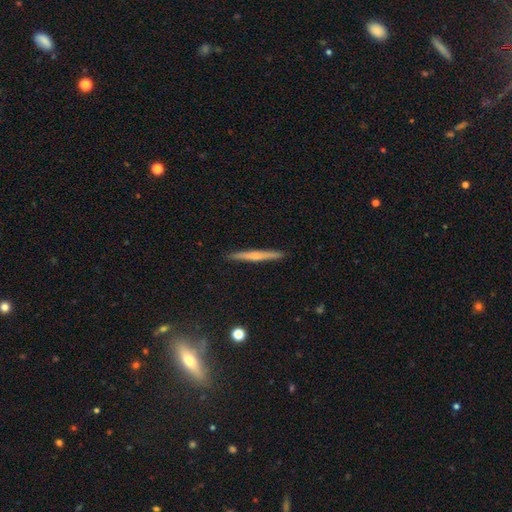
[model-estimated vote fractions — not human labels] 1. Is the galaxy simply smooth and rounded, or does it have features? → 53% featured or disk, 40% smooth, 6% star or artifact.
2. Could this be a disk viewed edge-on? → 98% yes, 2% no.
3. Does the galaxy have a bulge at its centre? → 54% rounded, 39% none, 7% boxy.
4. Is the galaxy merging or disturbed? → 92% none, 6% minor disturbance, 1% major disturbance, 1% merger.